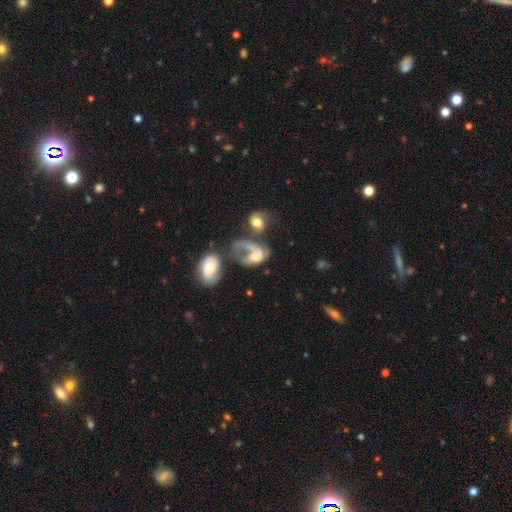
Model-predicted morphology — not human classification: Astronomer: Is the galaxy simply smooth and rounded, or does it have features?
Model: featured or disk — 53% (runner-up: smooth, 36%).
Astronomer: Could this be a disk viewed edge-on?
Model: no — 96%.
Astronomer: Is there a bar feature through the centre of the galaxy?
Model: no — 71%.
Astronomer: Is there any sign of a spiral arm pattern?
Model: yes — 53% (runner-up: no, 47%).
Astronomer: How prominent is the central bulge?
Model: moderate — 40% (runner-up: small, 30%).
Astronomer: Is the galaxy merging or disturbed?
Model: merger — 39%, tied with major disturbance at 39%.